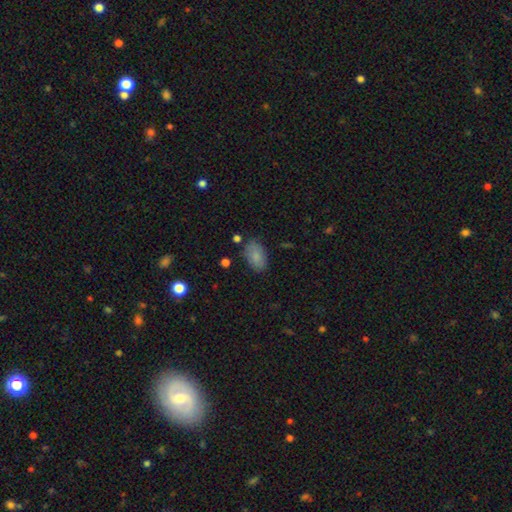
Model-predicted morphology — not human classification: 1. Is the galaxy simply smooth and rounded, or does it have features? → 85% smooth, 8% star or artifact, 7% featured or disk.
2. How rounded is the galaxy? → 91% in between, 7% round, 2% cigar-shaped.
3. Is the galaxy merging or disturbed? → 77% none, 16% minor disturbance, 4% major disturbance, 3% merger.